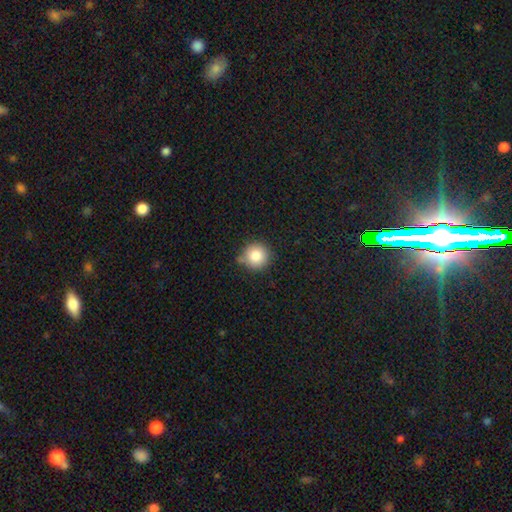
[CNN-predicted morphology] smooth_or_featured: smooth (p=0.84) [alt: star or artifact p=0.10]
how_rounded: round (p=0.94) [alt: in between p=0.05]
merging: none (p=0.76) [alt: minor disturbance p=0.15]